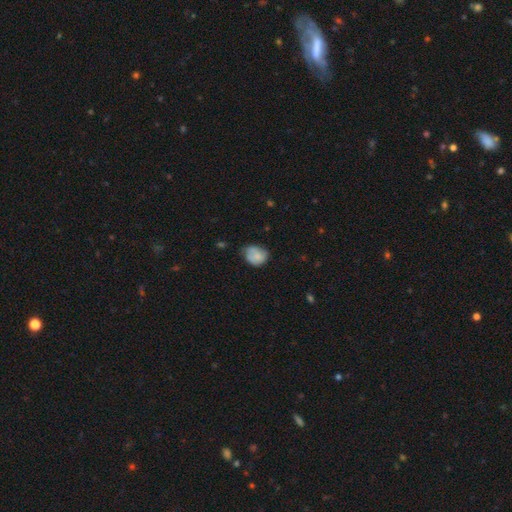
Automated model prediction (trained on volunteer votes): A smooth galaxy with no disk features (72%) that is round (50%).

Vote fractions:
- Smooth or featured? smooth: 72% / featured or disk: 20% / star or artifact: 8%
- How rounded? round: 50% / in between: 49% / cigar-shaped: 1%
- Merging? none: 46% / minor disturbance: 38% / major disturbance: 12% / merger: 5%